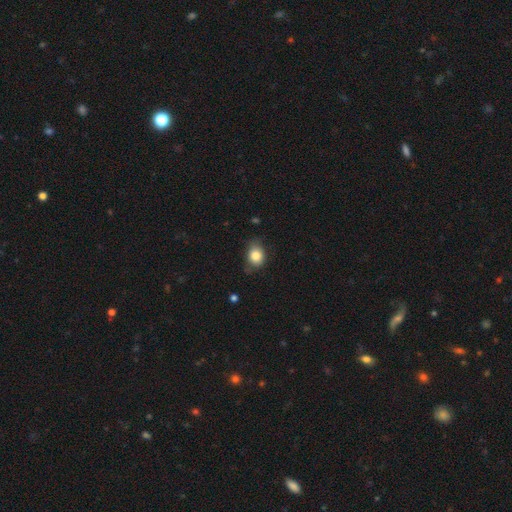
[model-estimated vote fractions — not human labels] A smooth galaxy with no disk features (82%) that is in between round and cigar-shaped (52%). Merging: none (68%).